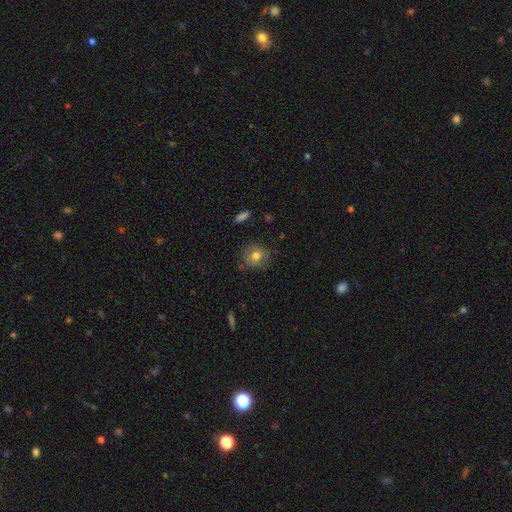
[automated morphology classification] This is likely a smooth galaxy (73%). How rounded: clearly round (86%). Merging: clearly none (81%).